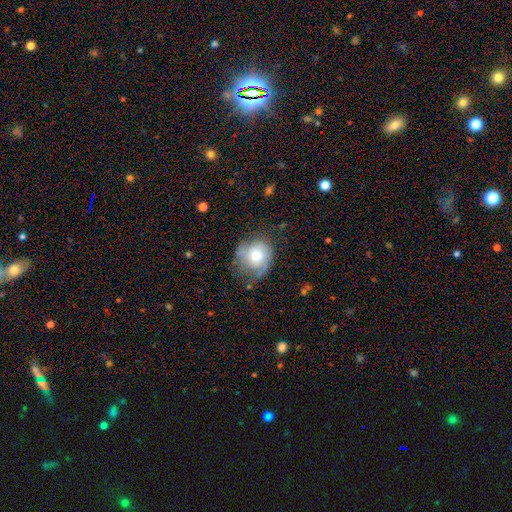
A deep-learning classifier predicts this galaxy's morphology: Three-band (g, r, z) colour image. It shows a smooth galaxy with no disk features (55%) that is round (77%). Merging: none (52%).